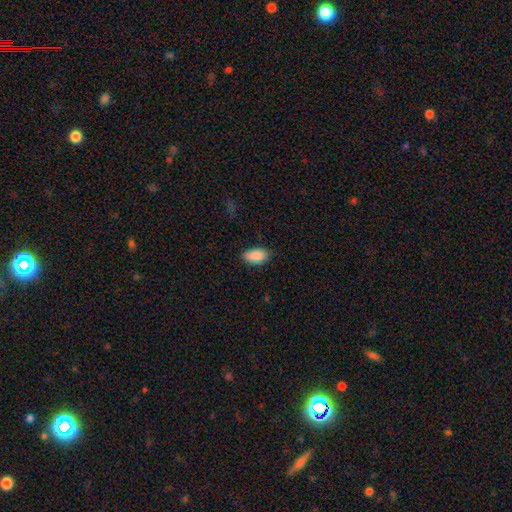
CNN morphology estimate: Smooth or featured? Predicted: smooth (p=0.89). How rounded? Predicted: in between (p=0.93). Merging? Predicted: none (p=0.78).